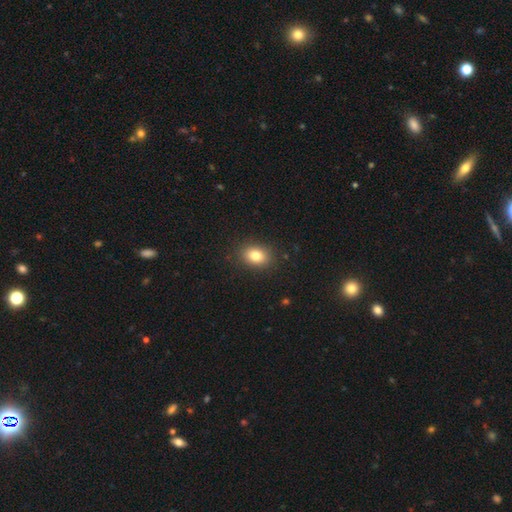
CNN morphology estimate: smooth 81%, star or artifact 11%, featured or disk 8%. Down the decision tree: how rounded — in between (67%); merging — none (88%).